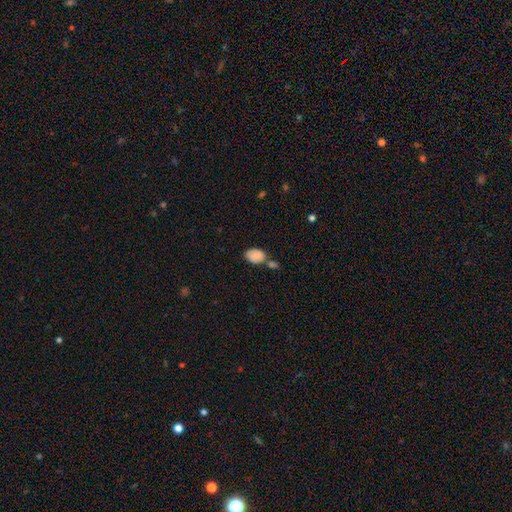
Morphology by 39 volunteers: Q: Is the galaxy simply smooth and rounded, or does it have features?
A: smooth — 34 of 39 (87%).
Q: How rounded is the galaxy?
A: in between — 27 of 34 (79%).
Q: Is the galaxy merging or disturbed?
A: merger — 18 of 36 (50%).